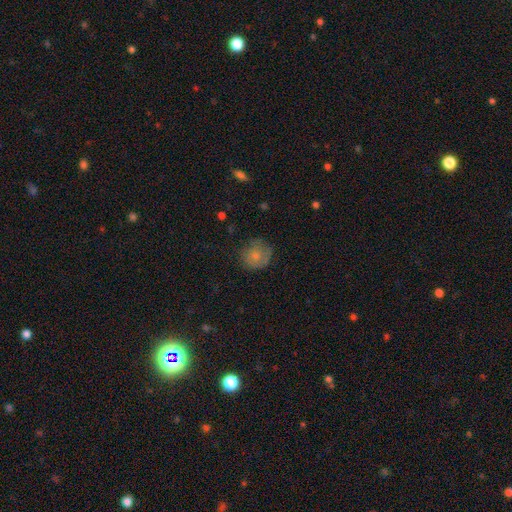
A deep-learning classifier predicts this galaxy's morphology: Q: Smooth or featured?
A: smooth (71%); runner-up: featured or disk (20%)
Q: How rounded?
A: round (83%); runner-up: in between (16%)
Q: Merging?
A: none (67%); runner-up: minor disturbance (23%)